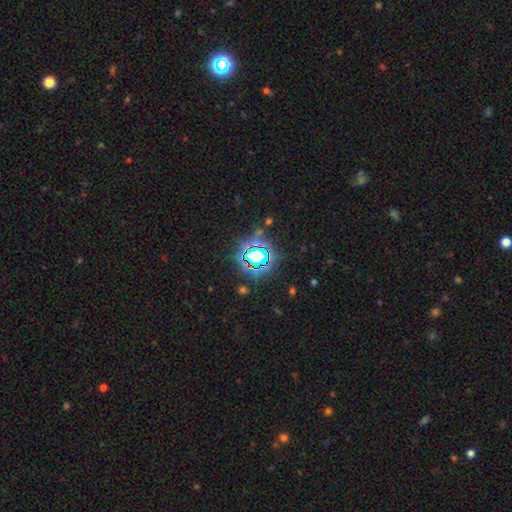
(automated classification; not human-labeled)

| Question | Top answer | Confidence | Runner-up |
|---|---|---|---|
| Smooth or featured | star or artifact | 73% | smooth (17%) |